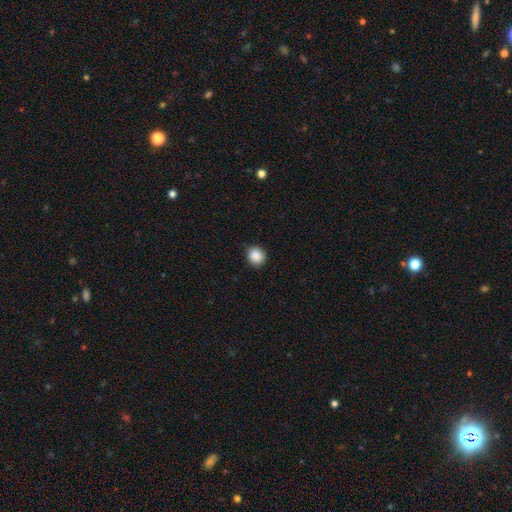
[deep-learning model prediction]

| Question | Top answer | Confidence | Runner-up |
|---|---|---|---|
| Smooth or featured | smooth | 88% | star or artifact (9%) |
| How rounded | round | 84% | in between (15%) |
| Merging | none | 85% | minor disturbance (11%) |